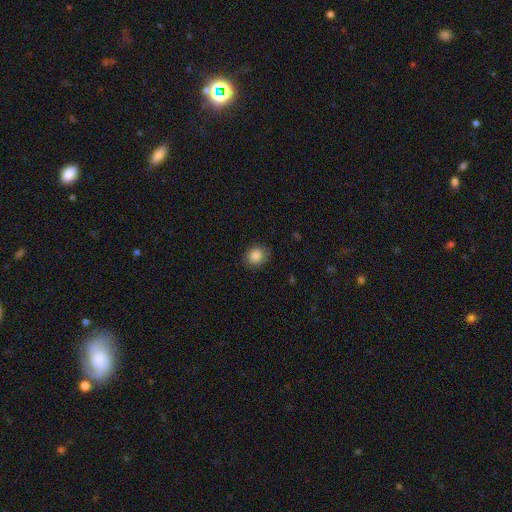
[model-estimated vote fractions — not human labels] smooth 86%, star or artifact 8%, featured or disk 6%. Down the decision tree: how rounded — round (67%); merging — none (80%).